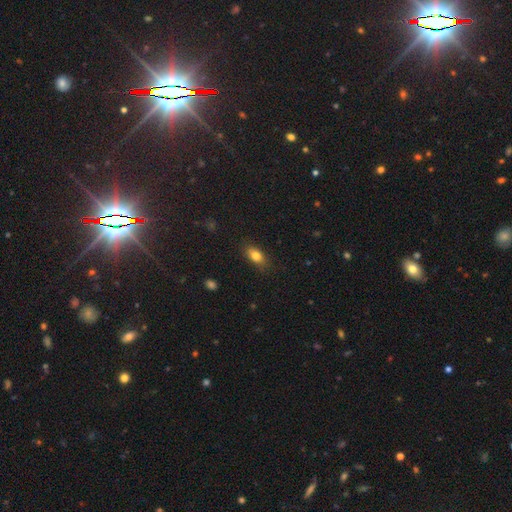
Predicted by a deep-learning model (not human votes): smooth-or-featured: smooth: 81% | featured or disk: 10% | star or artifact: 9%
  how-rounded: in between: 86% | round: 8% | cigar-shaped: 6%
  merging: none: 83% | minor disturbance: 13% | major disturbance: 3% | merger: 1%